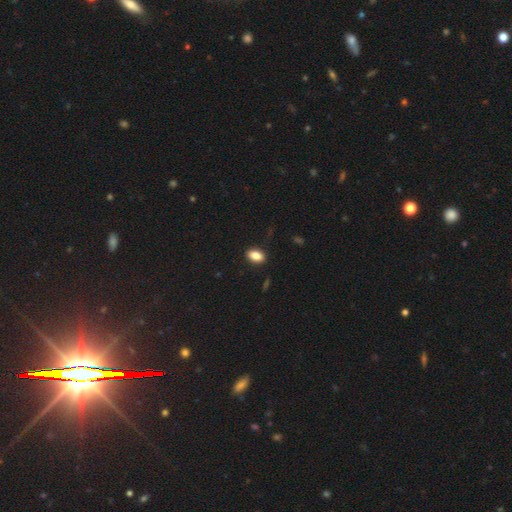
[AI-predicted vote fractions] A smooth galaxy with no disk features (86%) that is in between round and cigar-shaped (88%). Merging: none (89%).